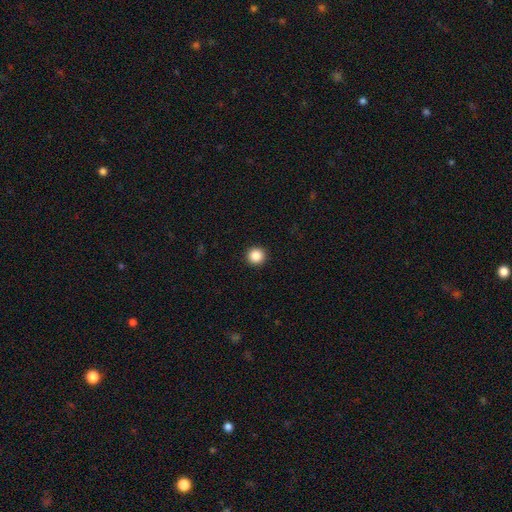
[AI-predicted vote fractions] Smooth or featured?
  - smooth: 87% *
  - star or artifact: 10%
  - featured or disk: 3%
How rounded?
  - round: 95% *
  - in between: 4%
  - cigar-shaped: 1%
Merging?
  - none: 94% *
  - minor disturbance: 4%
  - major disturbance: 1%
  - merger: 1%